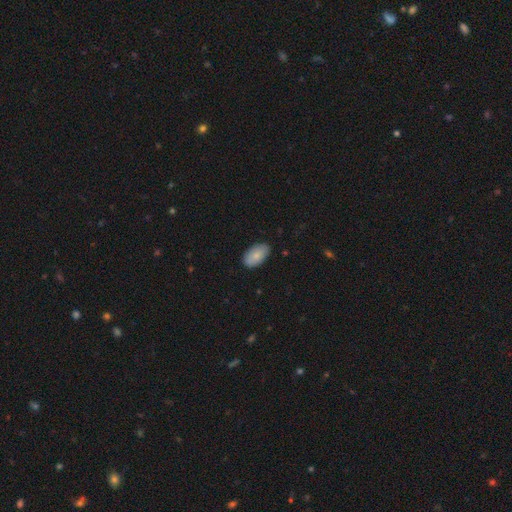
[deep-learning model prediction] A smooth galaxy with no disk features (83%) that is in between round and cigar-shaped (95%). Merging: none (85%).